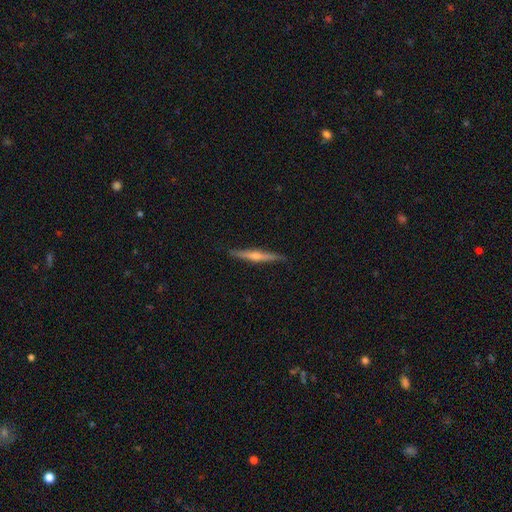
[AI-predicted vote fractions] Smooth or featured: featured or disk — 71% (smooth — 22%)
Edge-on disk: yes — 97% (no — 3%)
Edge-on bulge: rounded — 83% (none — 11%)
Merging: none — 90% (minor disturbance — 8%)